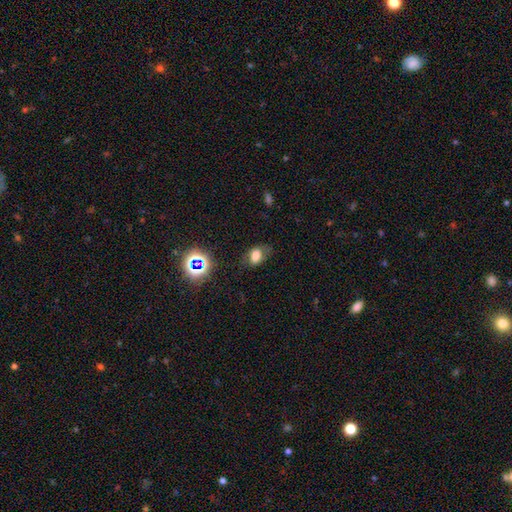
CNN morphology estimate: This is likely a smooth galaxy (68%). How rounded: likely in between (80%). Merging: possibly none (59%).